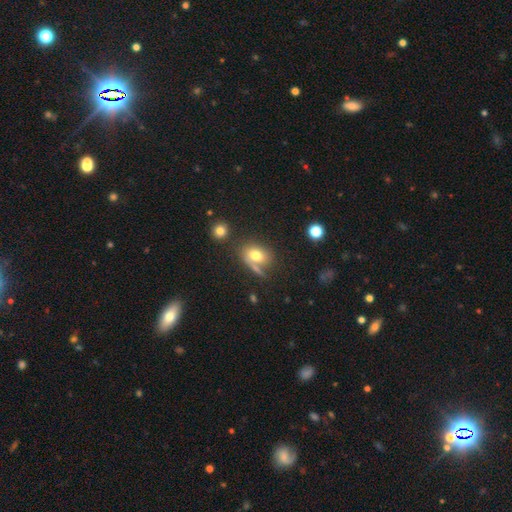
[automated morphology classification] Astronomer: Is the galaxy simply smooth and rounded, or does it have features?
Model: smooth — 73%.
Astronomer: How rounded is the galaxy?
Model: in between — 66%.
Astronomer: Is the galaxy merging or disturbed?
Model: none — 55%.